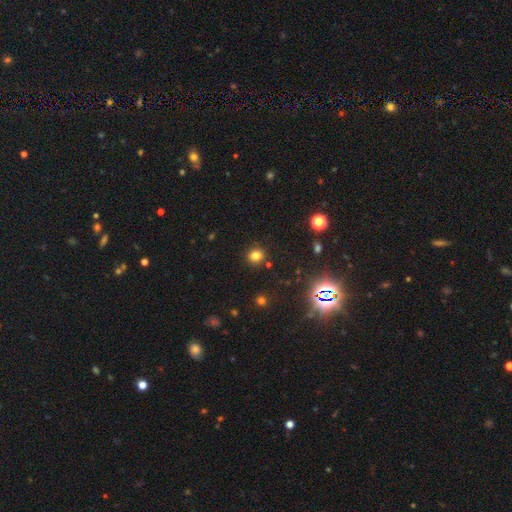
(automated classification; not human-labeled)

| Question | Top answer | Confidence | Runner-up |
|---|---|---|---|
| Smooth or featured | smooth | 76% | star or artifact (18%) |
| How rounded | round | 79% | in between (20%) |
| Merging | none | 86% | minor disturbance (8%) |